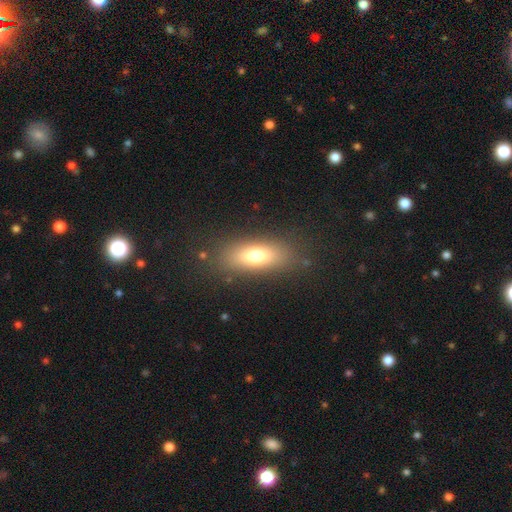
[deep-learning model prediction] The model was most divided on "how rounded": in between: 70%, cigar-shaped: 26%, round: 4%. More confident: merging — none (83%); smooth or featured — smooth (72%).